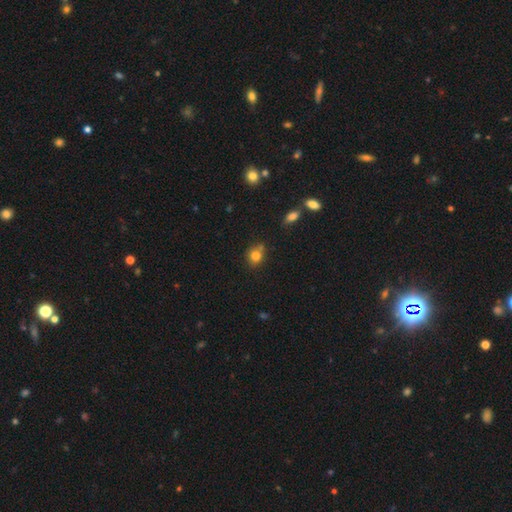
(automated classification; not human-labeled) The model was most divided on "how rounded": round: 68%, in between: 31%, cigar-shaped: 1%. More confident: smooth or featured — smooth (80%); merging — none (67%).